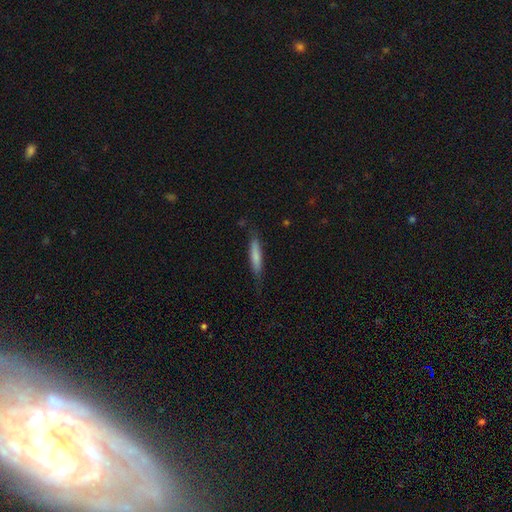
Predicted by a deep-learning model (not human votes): A smooth galaxy with no disk features (73%) that is cigar-shaped (87%). Merging: none (75%).